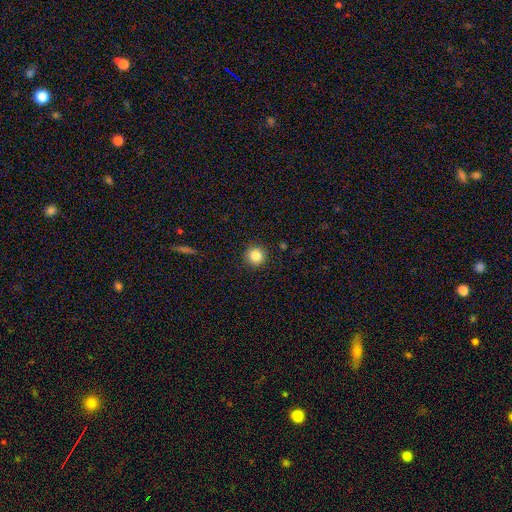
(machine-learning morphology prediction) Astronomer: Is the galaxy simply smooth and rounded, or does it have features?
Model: smooth — 86%.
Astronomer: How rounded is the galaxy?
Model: round — 95%.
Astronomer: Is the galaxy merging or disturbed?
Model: none — 92%.